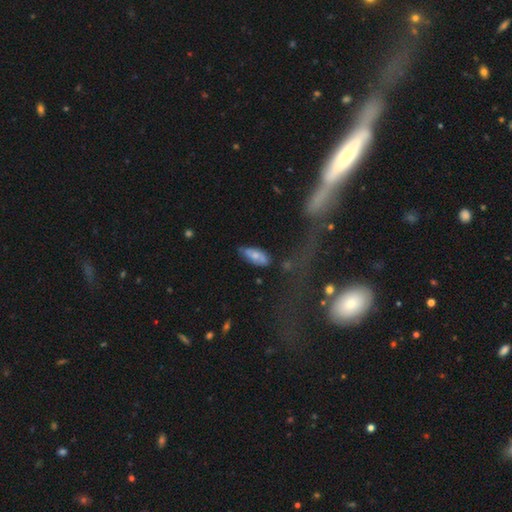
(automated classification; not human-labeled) Q: Smooth or featured?
A: smooth (60%); runner-up: featured or disk (32%)
Q: How rounded?
A: in between (82%); runner-up: cigar-shaped (15%)
Q: Merging?
A: none (64%); runner-up: minor disturbance (24%)